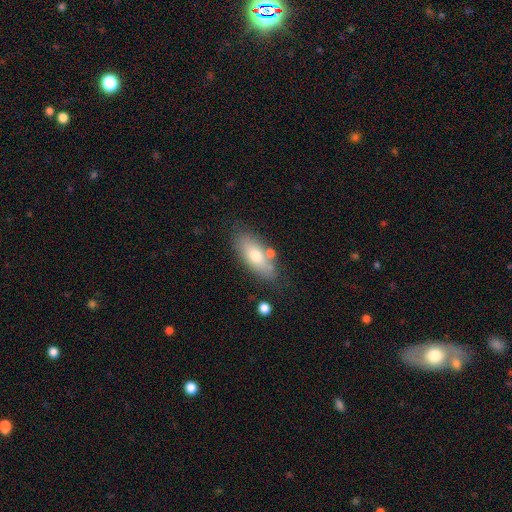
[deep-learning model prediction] Smooth or featured? smooth (69%)
How rounded? in between (79%)
Merging? none (74%)